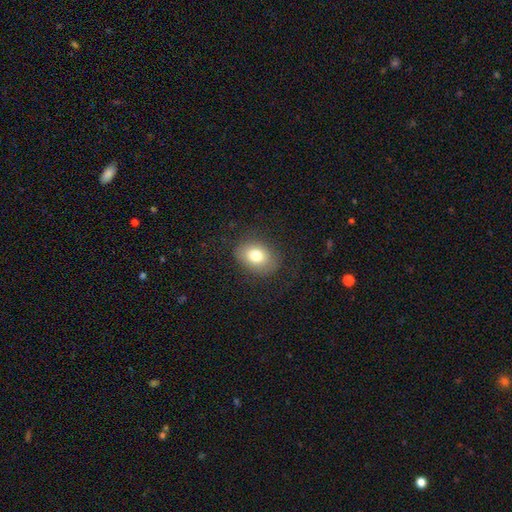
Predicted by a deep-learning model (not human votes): The model was most divided on "how rounded": in between: 66%, round: 33%, cigar-shaped: 1%. More confident: merging — none (82%); smooth or featured — smooth (78%).